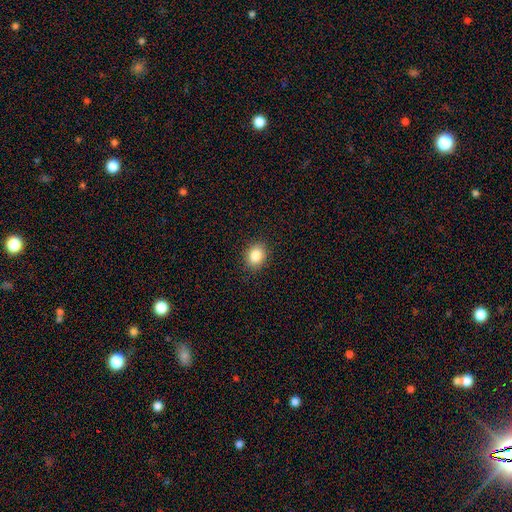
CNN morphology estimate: Smooth or featured?
  - smooth: 85% *
  - star or artifact: 9%
  - featured or disk: 5%
How rounded?
  - round: 51% *
  - in between: 48%
  - cigar-shaped: 1%
Merging?
  - none: 89% *
  - minor disturbance: 8%
  - major disturbance: 2%
  - merger: 1%